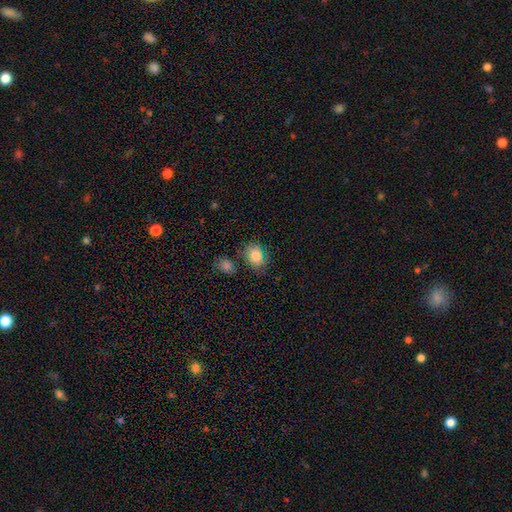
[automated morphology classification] Smooth or featured?
  - smooth: 82% *
  - star or artifact: 10%
  - featured or disk: 8%
How rounded?
  - in between: 52% *
  - round: 47%
  - cigar-shaped: 1%
Merging?
  - none: 67% *
  - minor disturbance: 19%
  - merger: 8%
  - major disturbance: 6%